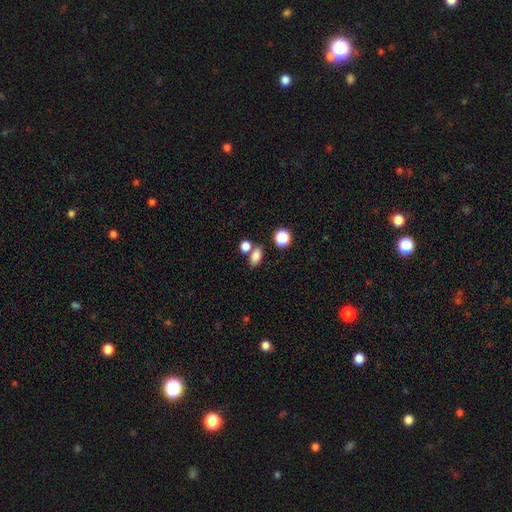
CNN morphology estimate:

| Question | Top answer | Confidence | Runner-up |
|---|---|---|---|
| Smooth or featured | smooth | 82% | star or artifact (11%) |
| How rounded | in between | 83% | round (14%) |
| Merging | none | 63% | merger (23%) |